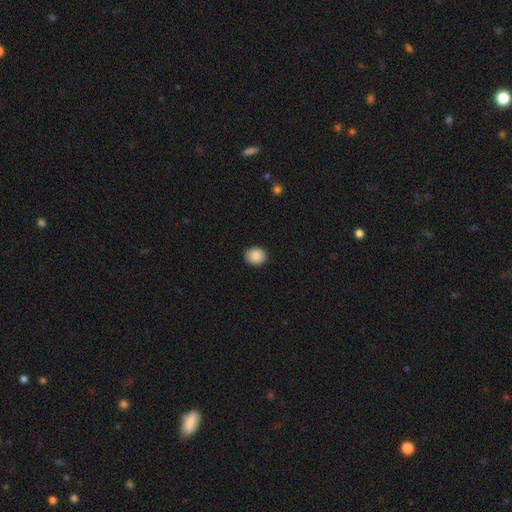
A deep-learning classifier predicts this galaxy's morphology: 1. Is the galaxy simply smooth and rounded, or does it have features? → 89% smooth, 8% star or artifact, 4% featured or disk.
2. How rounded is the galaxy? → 72% round, 27% in between, 1% cigar-shaped.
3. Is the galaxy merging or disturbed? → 90% none, 7% minor disturbance, 2% major disturbance, 1% merger.